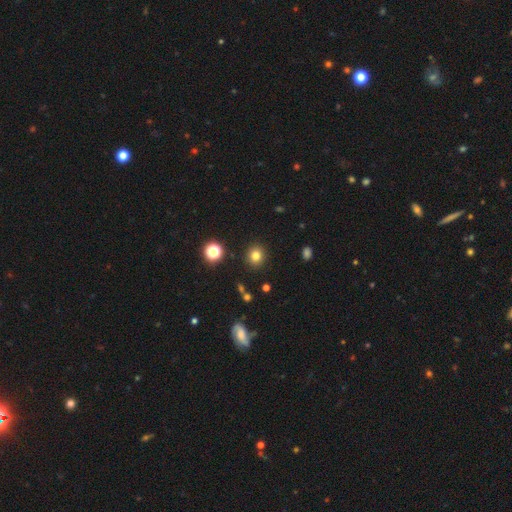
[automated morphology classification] Q: Smooth or featured?
A: smooth (80%); runner-up: star or artifact (14%)
Q: How rounded?
A: round (85%); runner-up: in between (14%)
Q: Merging?
A: none (90%); runner-up: minor disturbance (6%)